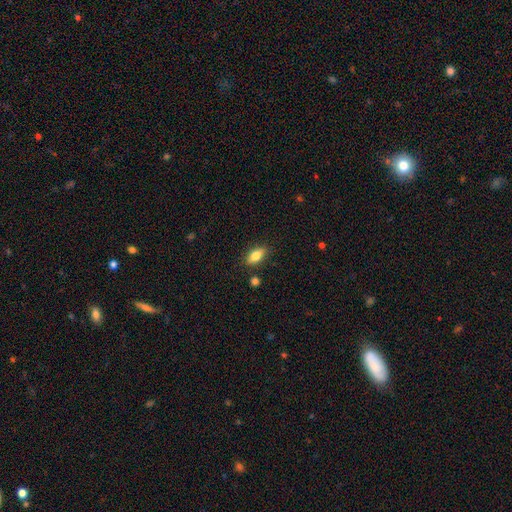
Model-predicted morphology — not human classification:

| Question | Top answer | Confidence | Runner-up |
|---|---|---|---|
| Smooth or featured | smooth | 78% | featured or disk (15%) |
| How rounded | in between | 85% | cigar-shaped (10%) |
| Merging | none | 83% | minor disturbance (11%) |